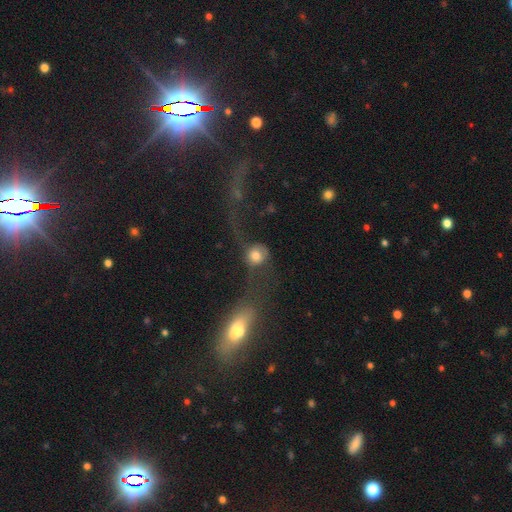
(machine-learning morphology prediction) smooth_or_featured: smooth (p=0.66) [alt: featured or disk p=0.22]
how_rounded: round (p=0.83) [alt: in between p=0.15]
merging: major disturbance (p=0.36) [alt: none p=0.27]